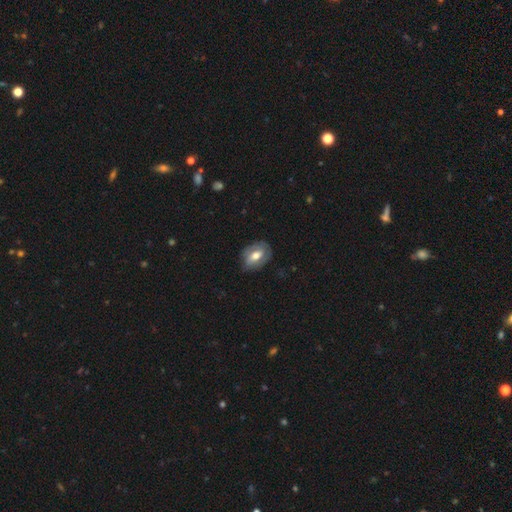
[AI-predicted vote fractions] Smooth or featured?
  - smooth: 51% *
  - featured or disk: 42%
  - star or artifact: 7%
How rounded?
  - in between: 79% *
  - round: 19%
  - cigar-shaped: 2%
Merging?
  - none: 72% *
  - minor disturbance: 21%
  - major disturbance: 6%
  - merger: 1%